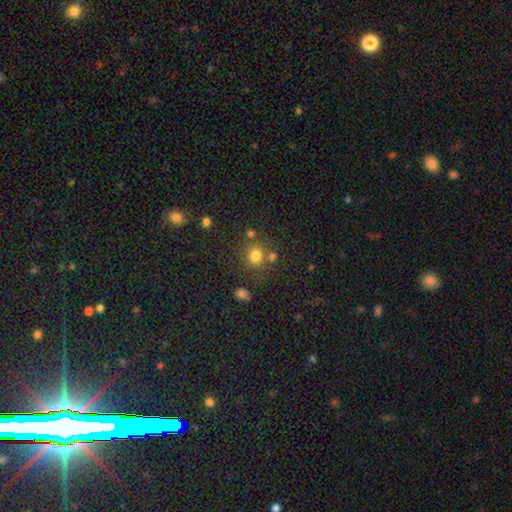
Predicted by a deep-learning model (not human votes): Morphology: type=smooth (77%); roundness=round (86%); merging=none (71%).